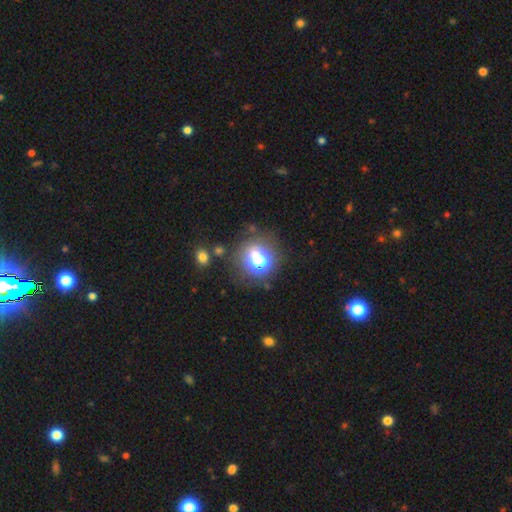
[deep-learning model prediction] A smooth galaxy with no disk features (51%) that is round (78%).

Vote fractions:
- Smooth or featured? smooth: 51% / star or artifact: 34% / featured or disk: 14%
- How rounded? round: 78% / in between: 21% / cigar-shaped: 1%
- Merging? none: 68% / minor disturbance: 14% / merger: 9% / major disturbance: 9%